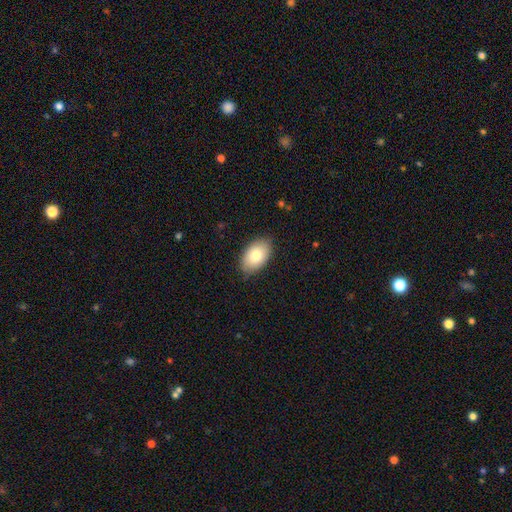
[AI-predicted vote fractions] Morphology: type=smooth (81%); roundness=in between (93%); merging=none (83%).